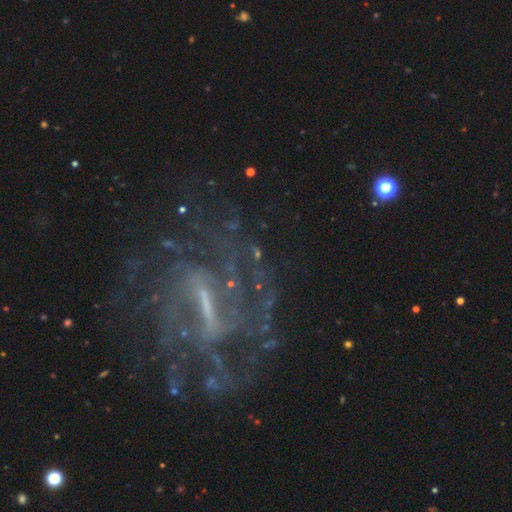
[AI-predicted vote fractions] Smooth or featured: featured or disk — 84% (star or artifact — 10%)
Edge-on disk: no — 94% (yes — 6%)
Bar: strong — 57% (weak — 32%)
Spiral arms: yes — 90% (no — 10%)
Spiral winding: tight — 43% (medium — 40%)
Spiral arm count: can't tell — 39% (2 — 22%)
Bulge size: small — 47% (none — 28%)
Merging: none — 62% (major disturbance — 20%)